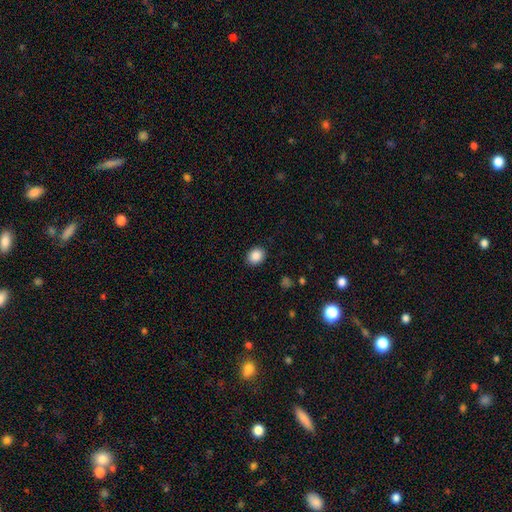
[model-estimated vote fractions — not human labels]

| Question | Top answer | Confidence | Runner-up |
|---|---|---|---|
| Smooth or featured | smooth | 88% | star or artifact (9%) |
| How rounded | round | 59% | in between (40%) |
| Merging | none | 89% | minor disturbance (7%) |